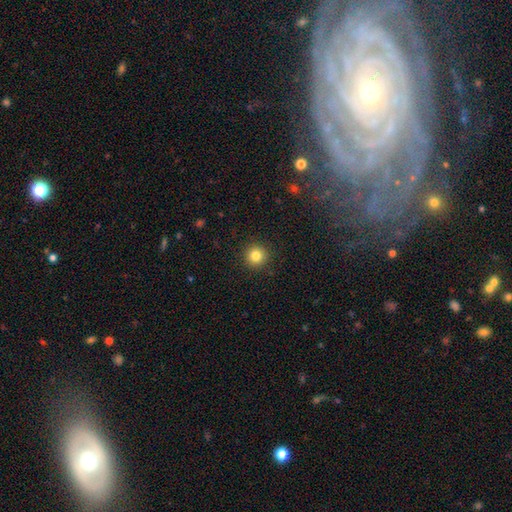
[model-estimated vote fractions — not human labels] Overall: smooth (83%). How rounded: round (95%). Merging: none (92%).